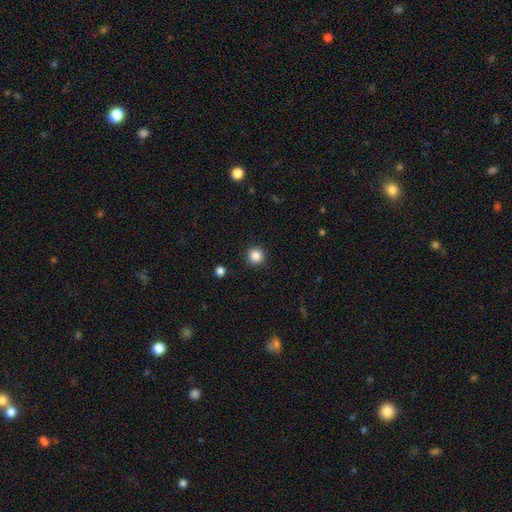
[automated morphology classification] smooth_or_featured: smooth (p=0.86) [alt: star or artifact p=0.11]
how_rounded: round (p=0.96) [alt: in between p=0.04]
merging: none (p=0.92) [alt: minor disturbance p=0.05]